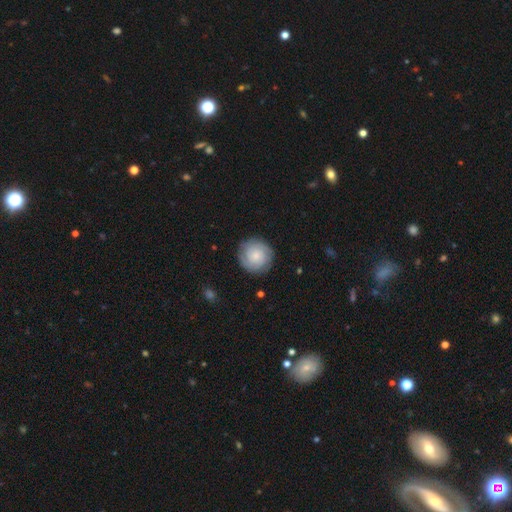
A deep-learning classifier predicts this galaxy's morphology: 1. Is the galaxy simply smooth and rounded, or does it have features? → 55% featured or disk, 38% smooth, 7% star or artifact.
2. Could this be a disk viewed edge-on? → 98% no, 2% yes.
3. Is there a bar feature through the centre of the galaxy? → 79% no, 18% weak, 3% strong.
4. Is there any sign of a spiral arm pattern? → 91% yes, 9% no.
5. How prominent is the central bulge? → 61% small, 26% moderate, 7% none, 4% large, 2% dominant.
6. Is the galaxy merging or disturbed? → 86% none, 10% minor disturbance, 3% major disturbance, 1% merger.